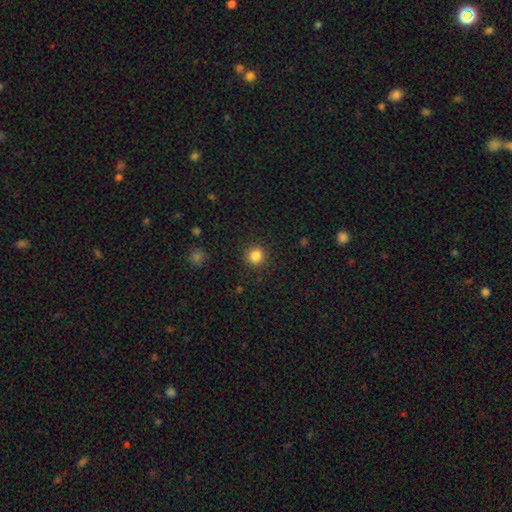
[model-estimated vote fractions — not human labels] Morphology: type=smooth (85%); roundness=round (93%); merging=none (91%).